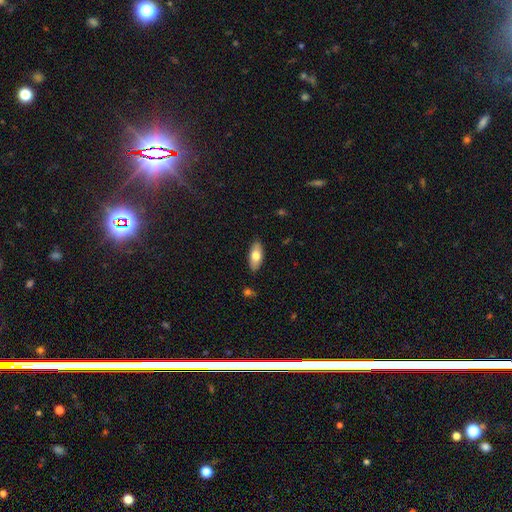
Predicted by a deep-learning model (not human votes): Overall: smooth (73%). How rounded: in between (88%). Merging: none (87%).